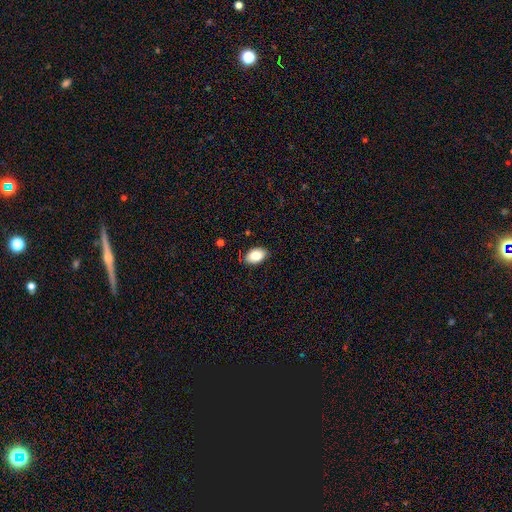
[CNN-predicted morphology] A smooth galaxy with no disk features (84%) that is in between round and cigar-shaped (90%). Merging: none (83%).